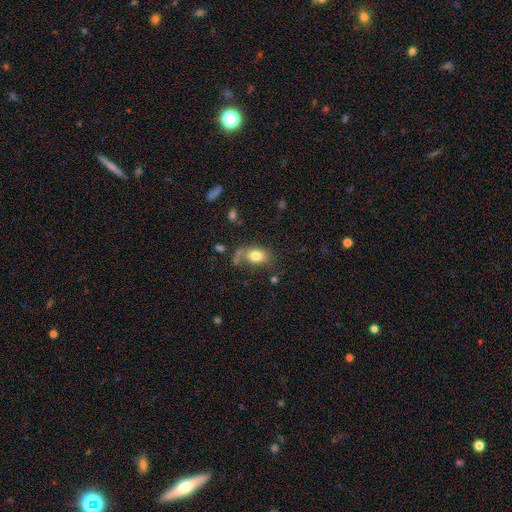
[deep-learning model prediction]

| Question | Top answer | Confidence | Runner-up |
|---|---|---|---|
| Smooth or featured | smooth | 79% | featured or disk (11%) |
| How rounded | in between | 79% | round (20%) |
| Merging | none | 60% | minor disturbance (19%) |